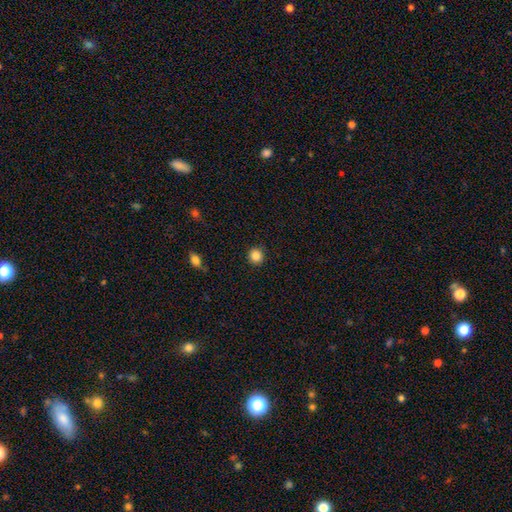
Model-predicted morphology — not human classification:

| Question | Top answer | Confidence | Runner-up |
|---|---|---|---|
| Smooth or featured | smooth | 85% | star or artifact (10%) |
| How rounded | round | 92% | in between (7%) |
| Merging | none | 91% | minor disturbance (6%) |